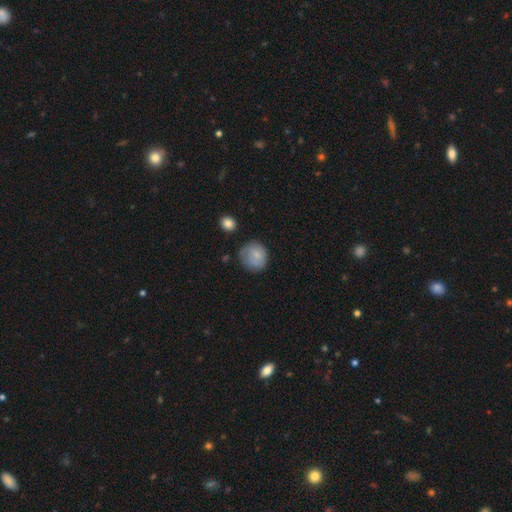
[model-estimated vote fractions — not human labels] smooth_or_featured: smooth (p=0.77) [alt: featured or disk p=0.15]
how_rounded: round (p=0.84) [alt: in between p=0.16]
merging: none (p=0.65) [alt: minor disturbance p=0.25]